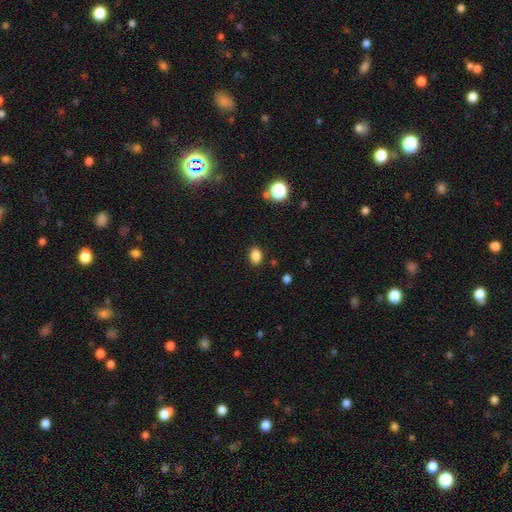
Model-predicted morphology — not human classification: The model was most divided on "how rounded": in between: 71%, round: 28%, cigar-shaped: 1%. More confident: merging — none (88%); smooth or featured — smooth (85%).